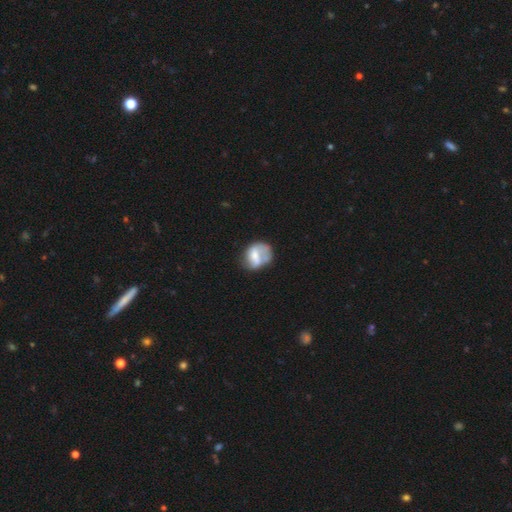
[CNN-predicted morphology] Smooth or featured?
  - smooth: 50% *
  - featured or disk: 43%
  - star or artifact: 7%
How rounded?
  - round: 58% *
  - in between: 41%
  - cigar-shaped: 1%
Merging?
  - none: 38% *
  - minor disturbance: 27%
  - major disturbance: 22%
  - merger: 12%